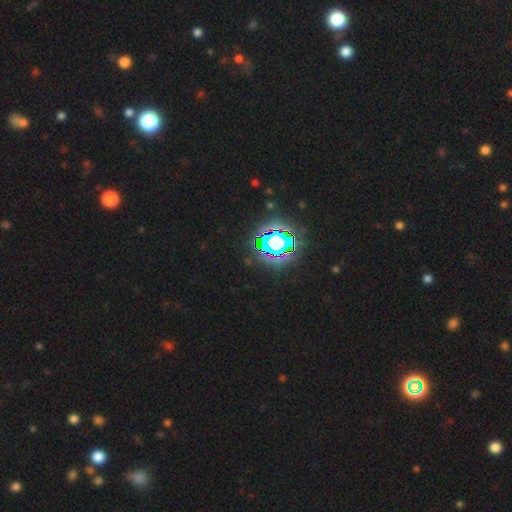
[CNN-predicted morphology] type=star or artifact (83%).